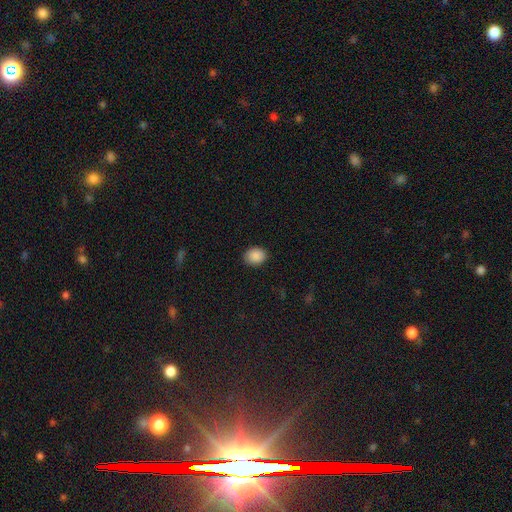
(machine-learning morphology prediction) This is clearly a smooth galaxy (89%). How rounded: possibly in between (58%). Merging: clearly none (88%).